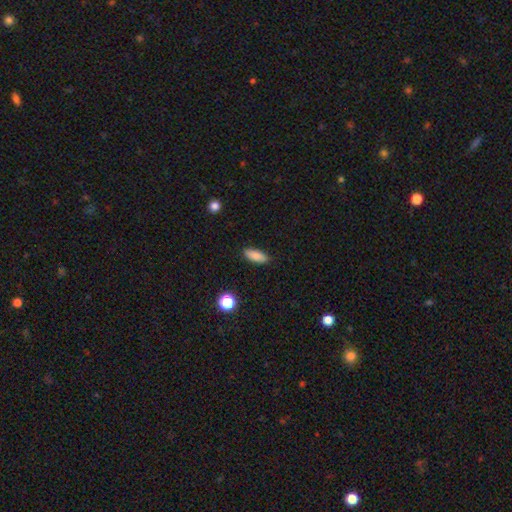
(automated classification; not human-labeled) A smooth galaxy with no disk features (85%) that is in between round and cigar-shaped (73%).

Vote fractions:
- Smooth or featured? smooth: 85% / star or artifact: 8% / featured or disk: 7%
- How rounded? in between: 73% / cigar-shaped: 24% / round: 3%
- Merging? none: 88% / minor disturbance: 8% / major disturbance: 2% / merger: 1%